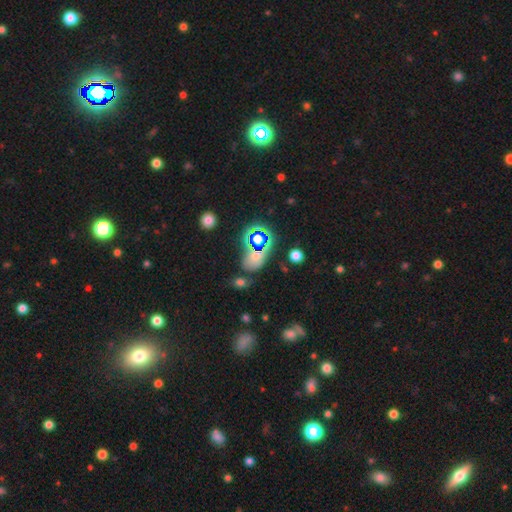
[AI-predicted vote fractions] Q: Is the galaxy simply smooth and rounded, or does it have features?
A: star or artifact — 53%.